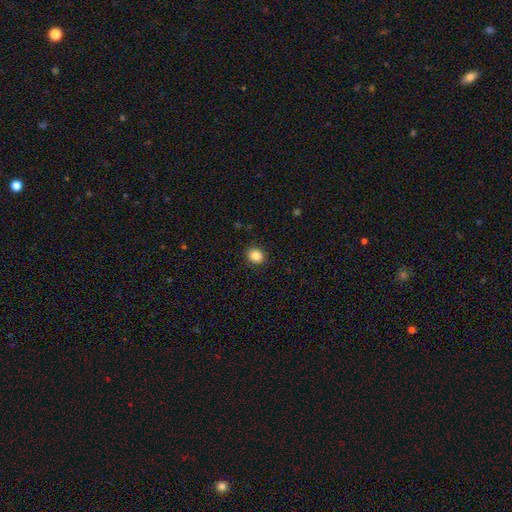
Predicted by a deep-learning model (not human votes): A smooth galaxy with no disk features (85%) that is round (76%).

Vote fractions:
- Smooth or featured? smooth: 85% / star or artifact: 10% / featured or disk: 5%
- How rounded? round: 76% / in between: 23% / cigar-shaped: 1%
- Merging? none: 90% / minor disturbance: 7% / major disturbance: 2% / merger: 1%